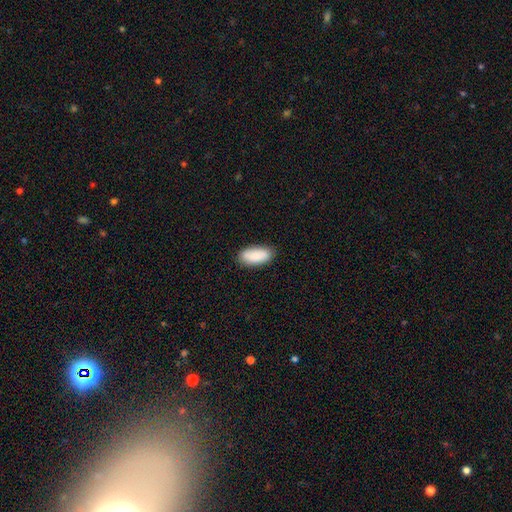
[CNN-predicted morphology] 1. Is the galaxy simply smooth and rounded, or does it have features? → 89% smooth, 6% star or artifact, 5% featured or disk.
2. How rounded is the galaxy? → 89% in between, 9% cigar-shaped, 2% round.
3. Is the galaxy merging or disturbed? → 85% none, 11% minor disturbance, 2% major disturbance, 1% merger.